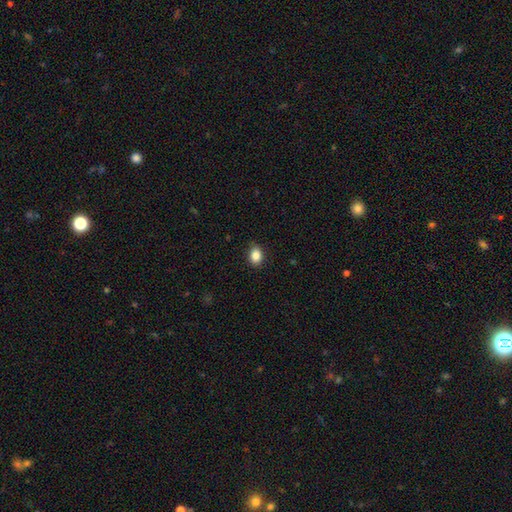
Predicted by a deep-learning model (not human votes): smooth 86%, star or artifact 9%, featured or disk 5%. Down the decision tree: how rounded — in between (67%); merging — none (87%).